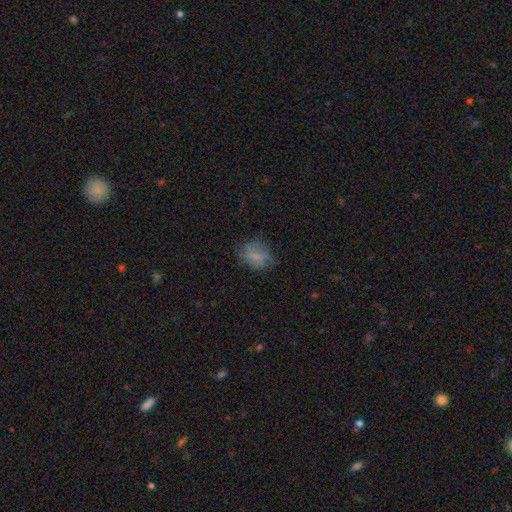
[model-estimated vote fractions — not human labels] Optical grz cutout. It shows a smooth galaxy with no disk features (69%) that is in between round and cigar-shaped (55%). Merging: none (63%).